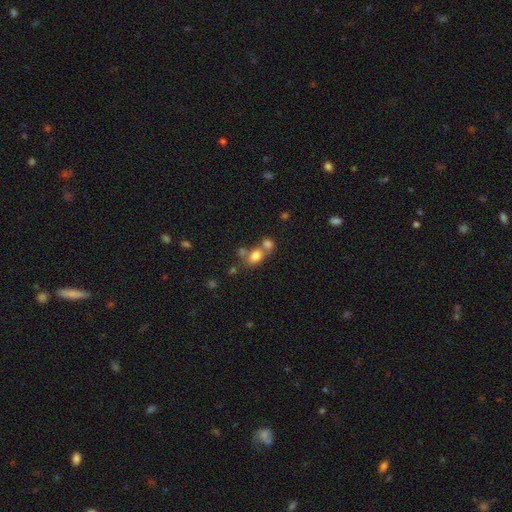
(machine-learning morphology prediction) A smooth galaxy with no disk features (76%) that is in between round and cigar-shaped (63%). Merging: merger (46%).